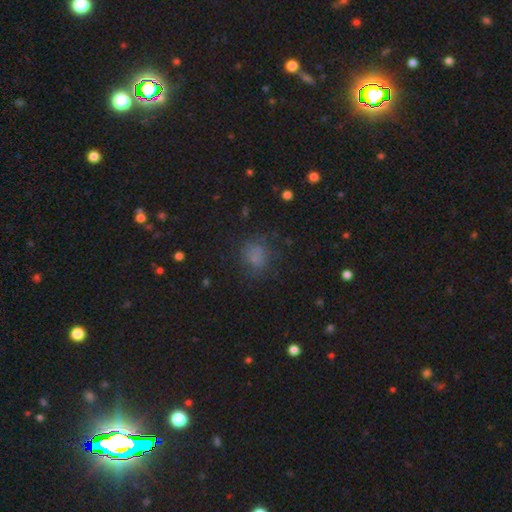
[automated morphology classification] type=smooth (69%); roundness=round (66%); merging=none (68%).